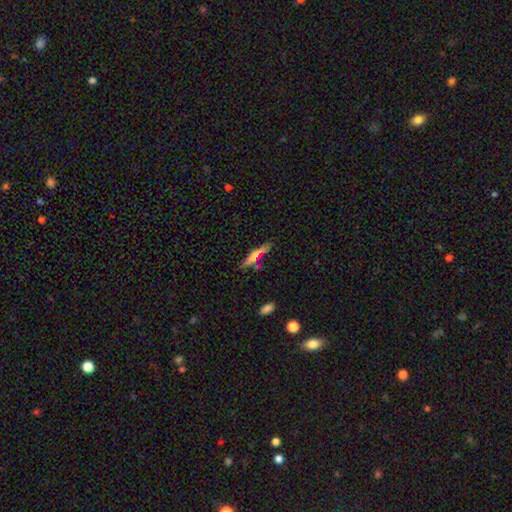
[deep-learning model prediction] Smooth or featured? smooth (47%)
Merging? none (77%)